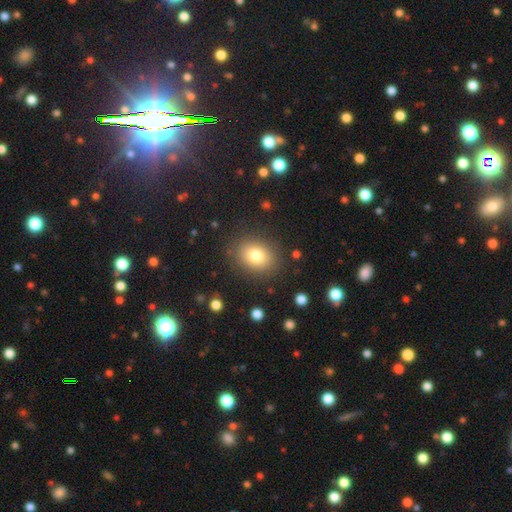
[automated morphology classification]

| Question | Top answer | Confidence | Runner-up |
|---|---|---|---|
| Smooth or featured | smooth | 79% | star or artifact (11%) |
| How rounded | round | 54% | in between (46%) |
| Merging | none | 85% | minor disturbance (10%) |